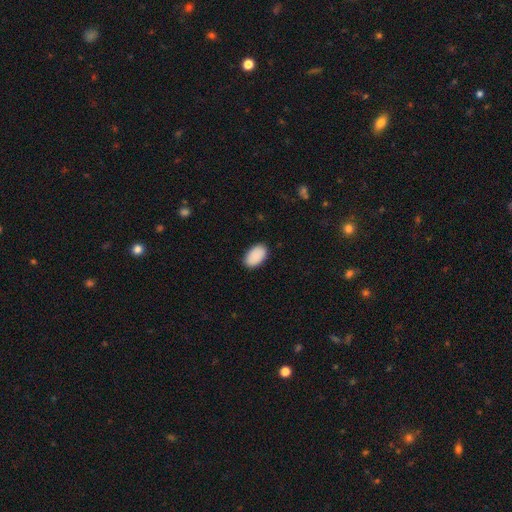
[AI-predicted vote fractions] Smooth or featured?
  - smooth: 91% *
  - star or artifact: 6%
  - featured or disk: 3%
How rounded?
  - in between: 94% *
  - round: 5%
  - cigar-shaped: 1%
Merging?
  - none: 88% *
  - minor disturbance: 9%
  - major disturbance: 2%
  - merger: 1%